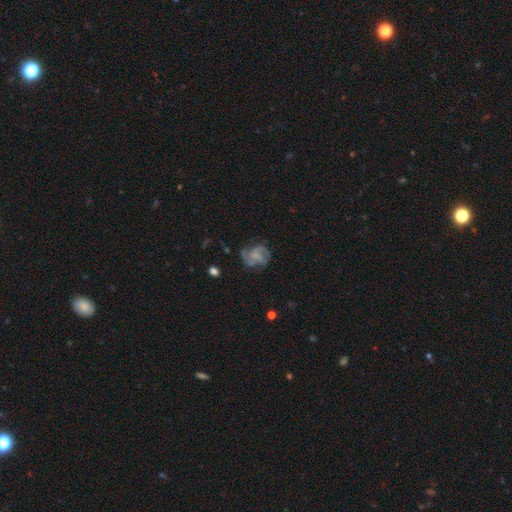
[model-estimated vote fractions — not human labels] Q: Smooth or featured?
A: featured or disk (73%); runner-up: smooth (20%)
Q: Edge-on disk?
A: no (98%); runner-up: yes (2%)
Q: Bar?
A: no (55%); runner-up: weak (38%)
Q: Spiral arms?
A: yes (90%); runner-up: no (10%)
Q: Spiral winding?
A: medium (48%); runner-up: tight (34%)
Q: Spiral arm count?
A: 3 (34%); runner-up: 2 (31%)
Q: Bulge size?
A: small (49%); runner-up: moderate (24%)
Q: Merging?
A: none (61%); runner-up: minor disturbance (22%)